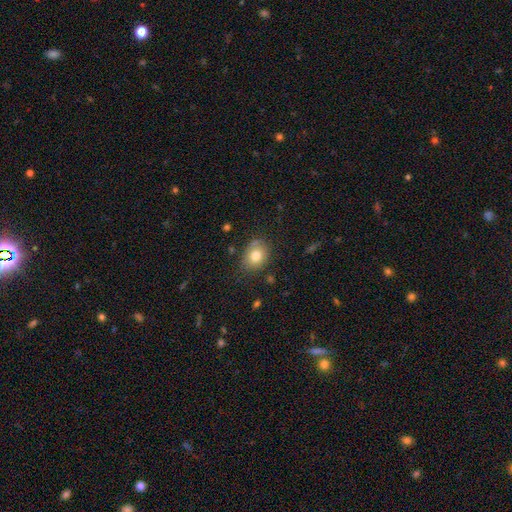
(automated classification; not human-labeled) Overall: smooth (77%). How rounded: in between (58%; round 41%). Merging: none (72%).